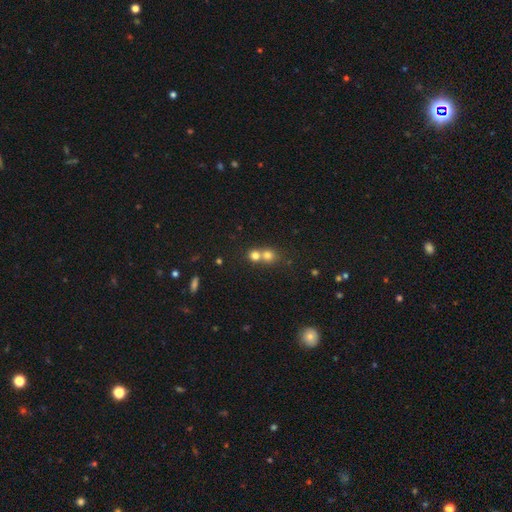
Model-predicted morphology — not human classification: This is likely a smooth galaxy (75%). How rounded: clearly round (84%). Merging: possibly merger (55%).